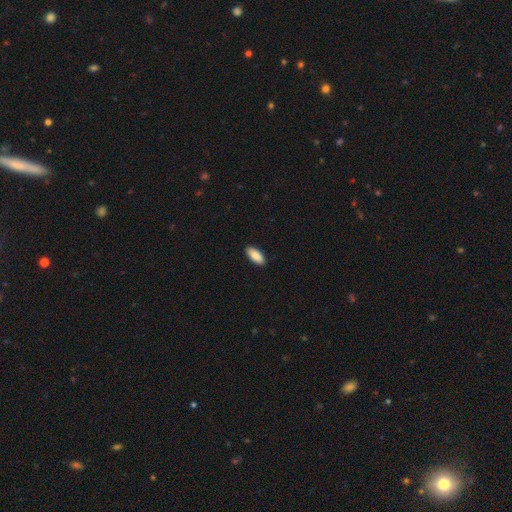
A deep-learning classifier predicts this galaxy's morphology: Smooth or featured: smooth — 89% (star or artifact — 6%)
How rounded: in between — 86% (cigar-shaped — 12%)
Merging: none — 90% (minor disturbance — 7%)